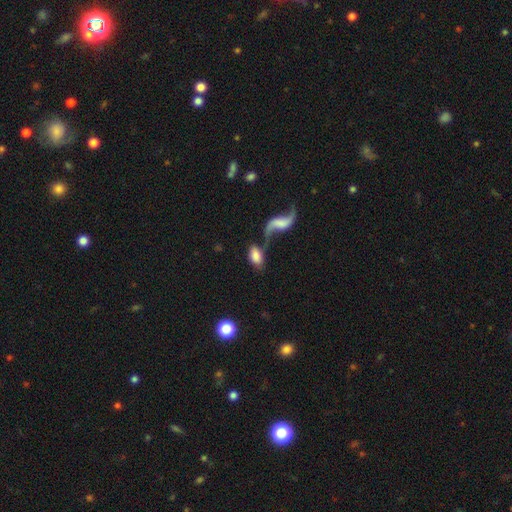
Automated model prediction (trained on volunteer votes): This appears to be a smooth galaxy with no disk features (67%) that is in between round and cigar-shaped (91%). Merging: merger (45%).